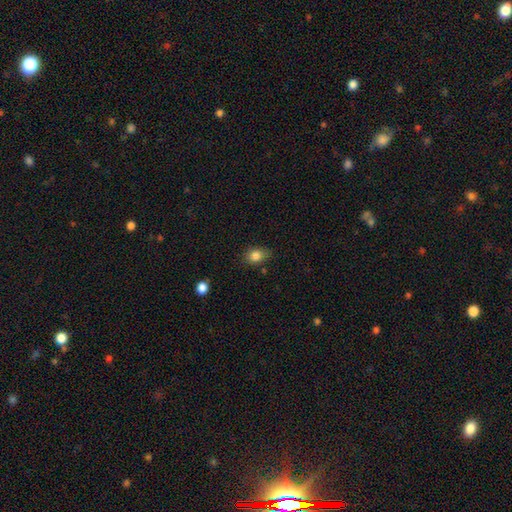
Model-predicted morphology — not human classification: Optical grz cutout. It shows a smooth galaxy with no disk features (84%) that is in between round and cigar-shaped (63%). Merging: none (73%).